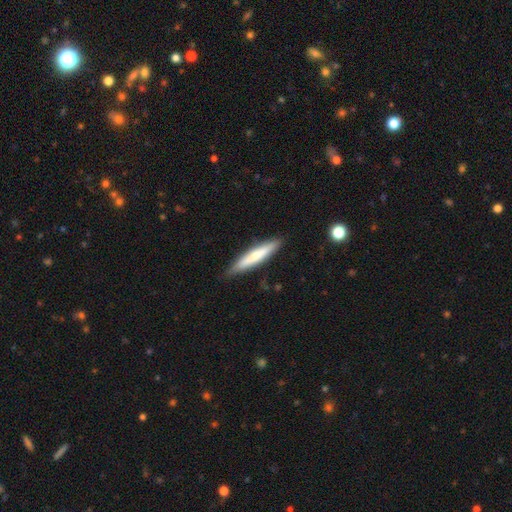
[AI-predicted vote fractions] Smooth or featured? Predicted: smooth (p=0.66). How rounded? Predicted: cigar-shaped (p=0.90). Merging? Predicted: none (p=0.87).